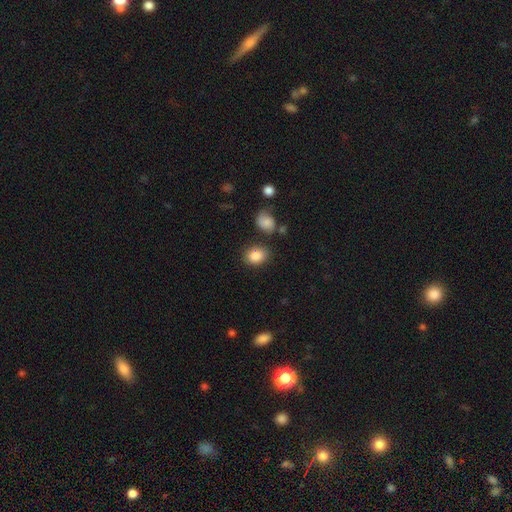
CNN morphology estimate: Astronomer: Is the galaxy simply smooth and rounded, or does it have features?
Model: smooth — 86%.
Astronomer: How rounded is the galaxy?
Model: in between — 57% (runner-up: round, 42%).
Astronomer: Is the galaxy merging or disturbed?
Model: none — 74%.